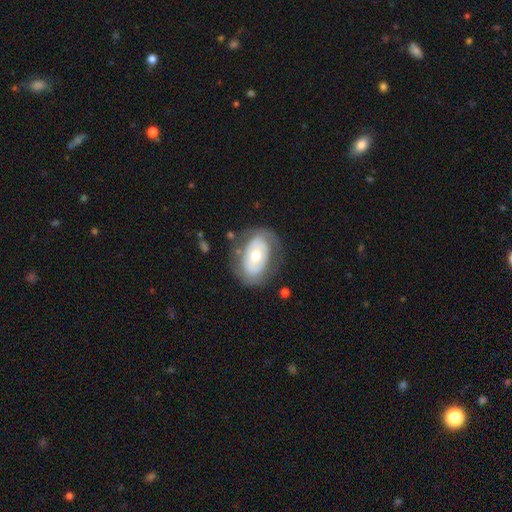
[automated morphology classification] smooth-or-featured: featured or disk: 55% | smooth: 40% | star or artifact: 6%
  disk-edge-on: no: 93% | yes: 7%
    bar: no: 76% | weak: 15% | strong: 8%
    has-spiral-arms: no: 65% | yes: 35%
    bulge-size: moderate: 65% | small: 25% | large: 7% | dominant: 1% | none: 1%
  merging: none: 68% | minor disturbance: 19% | major disturbance: 11% | merger: 2%